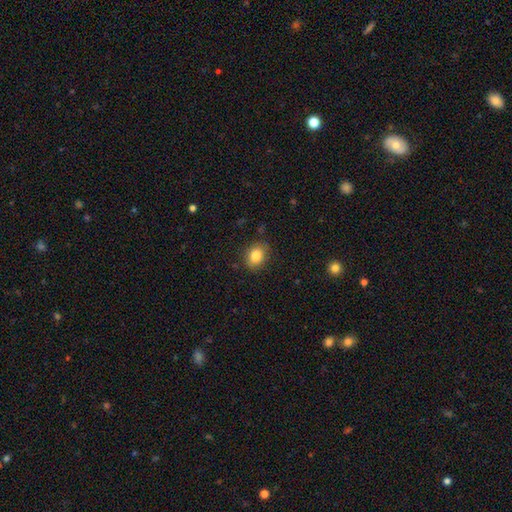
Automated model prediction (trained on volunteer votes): Smooth or featured?
  - smooth: 84% *
  - star or artifact: 9%
  - featured or disk: 7%
How rounded?
  - in between: 55% *
  - round: 44%
  - cigar-shaped: 1%
Merging?
  - none: 84% *
  - minor disturbance: 12%
  - major disturbance: 3%
  - merger: 1%